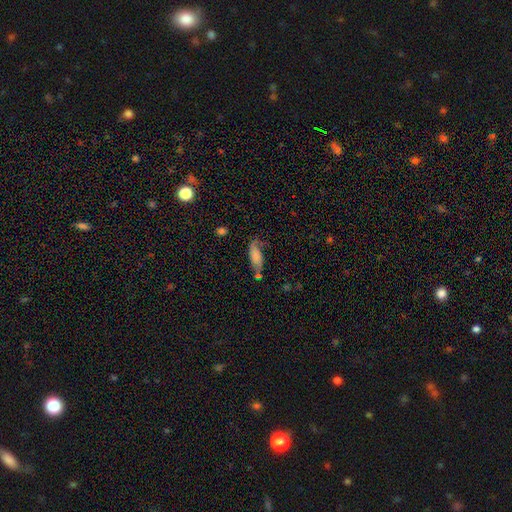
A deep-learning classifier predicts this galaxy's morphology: Smooth or featured: smooth — 65% (featured or disk — 27%)
How rounded: in between — 71% (cigar-shaped — 26%)
Merging: none — 50% (minor disturbance — 29%)